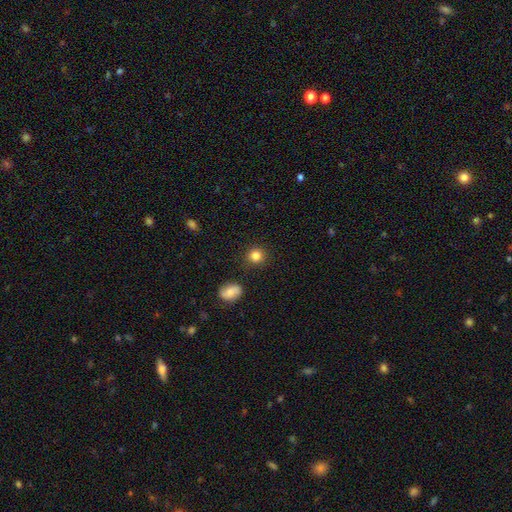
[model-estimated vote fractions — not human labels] A smooth galaxy with no disk features (84%) that is round (89%). Merging: none (88%).